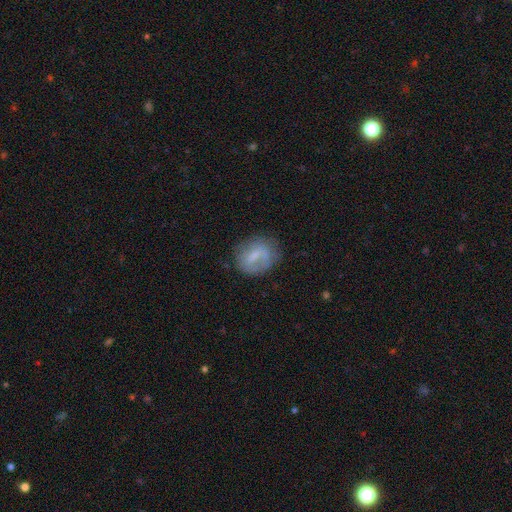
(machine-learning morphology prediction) Smooth or featured? Predicted: smooth (p=0.54). How rounded? Predicted: round (p=0.50). Merging? Predicted: none (p=0.63).